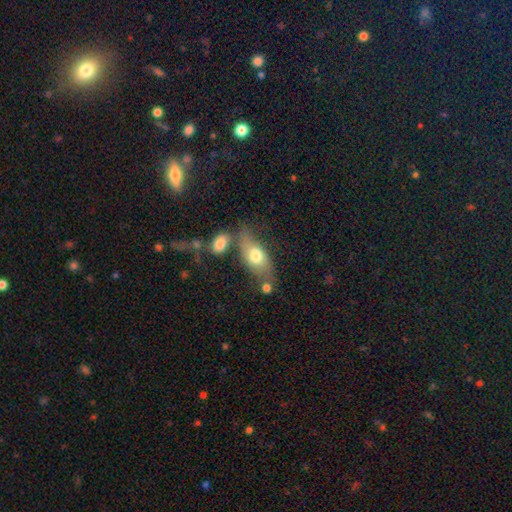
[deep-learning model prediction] smooth_or_featured: smooth (p=0.63) [alt: featured or disk p=0.30]
how_rounded: in between (p=0.83) [alt: cigar-shaped p=0.10]
merging: none (p=0.51) [alt: minor disturbance p=0.21]